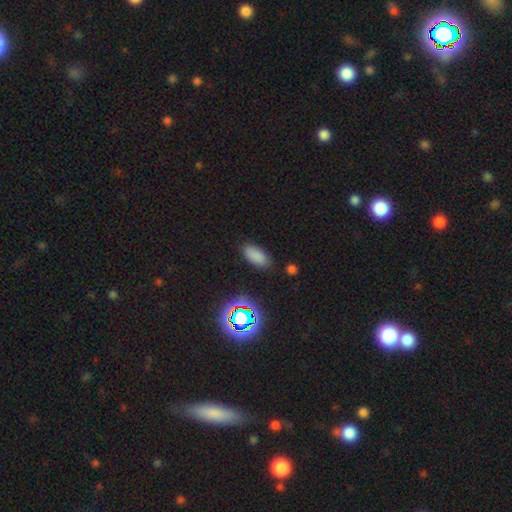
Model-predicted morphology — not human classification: type=smooth (79%); roundness=in between (90%); merging=none (85%).